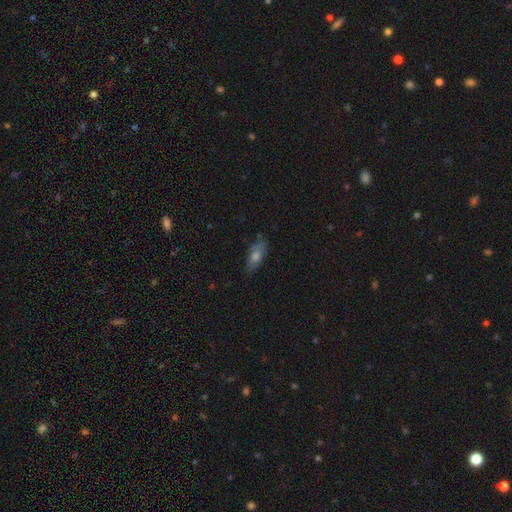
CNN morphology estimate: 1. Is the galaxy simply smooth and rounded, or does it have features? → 54% smooth, 35% featured or disk, 12% star or artifact.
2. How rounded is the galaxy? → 70% in between, 26% cigar-shaped, 4% round.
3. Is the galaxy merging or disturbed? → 75% none, 19% minor disturbance, 4% major disturbance, 2% merger.